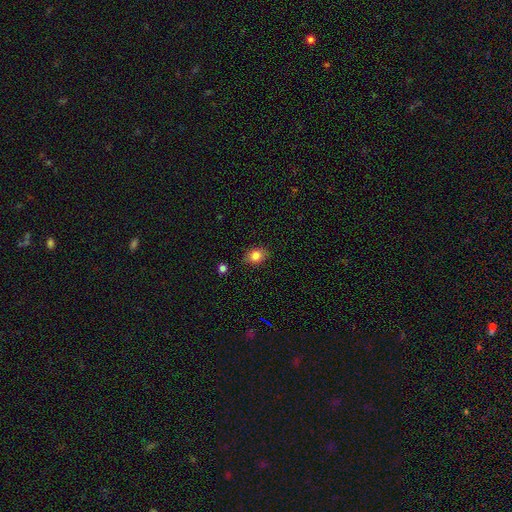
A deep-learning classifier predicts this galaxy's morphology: This appears to be a smooth galaxy with no disk features (82%) that is in between round and cigar-shaped (58%). Merging: none (82%).